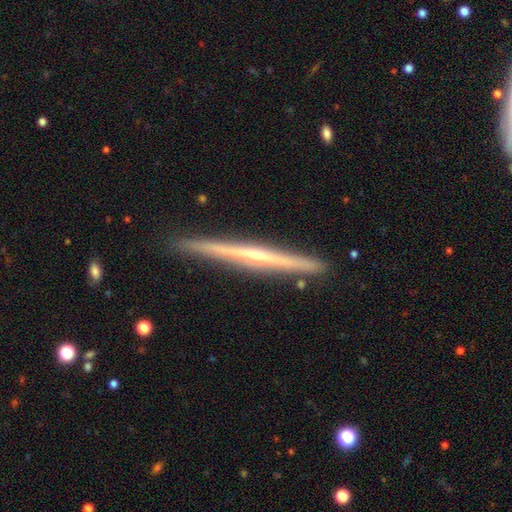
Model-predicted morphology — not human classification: Q: Smooth or featured?
A: featured or disk (81%); runner-up: smooth (14%)
Q: Edge-on disk?
A: yes (98%); runner-up: no (2%)
Q: Edge-on bulge?
A: rounded (64%); runner-up: none (32%)
Q: Merging?
A: none (92%); runner-up: minor disturbance (6%)